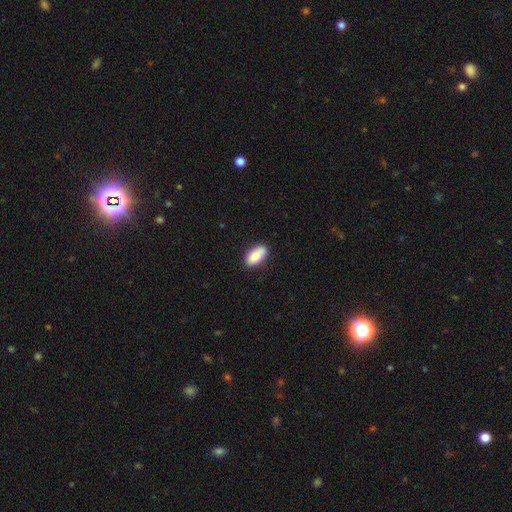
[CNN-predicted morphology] Smooth or featured: smooth — 87% (star or artifact — 6%)
How rounded: in between — 92% (cigar-shaped — 5%)
Merging: none — 83% (minor disturbance — 13%)